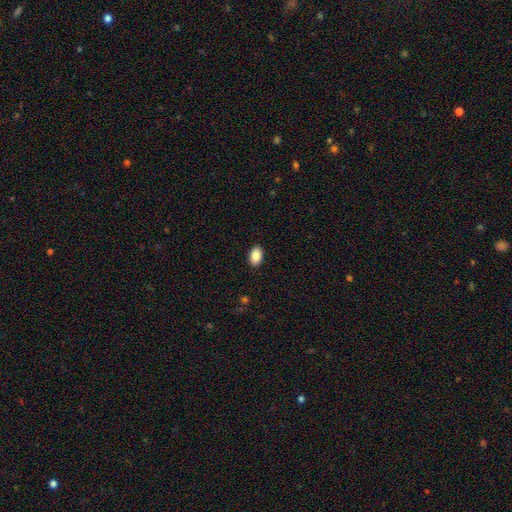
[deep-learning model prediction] This is clearly a smooth galaxy (87%). How rounded: clearly in between (91%). Merging: clearly none (90%).